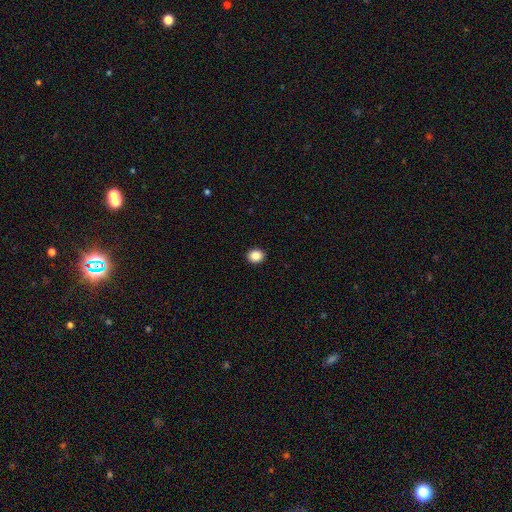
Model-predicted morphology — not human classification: Smooth or featured: smooth — 87% (star or artifact — 9%)
How rounded: round — 70% (in between — 29%)
Merging: none — 92% (minor disturbance — 5%)